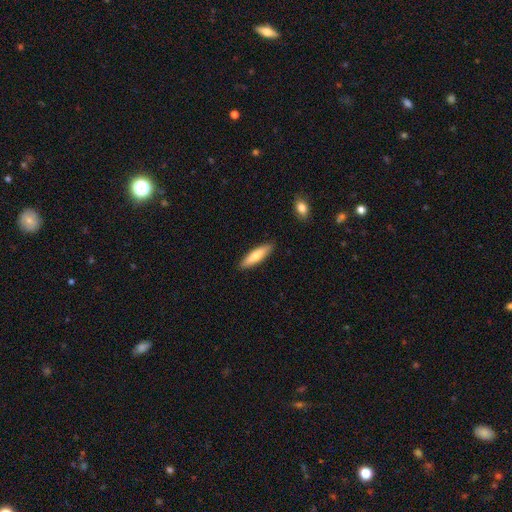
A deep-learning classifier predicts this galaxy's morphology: Smooth or featured? smooth (71%)
How rounded? cigar-shaped (70%)
Merging? none (89%)